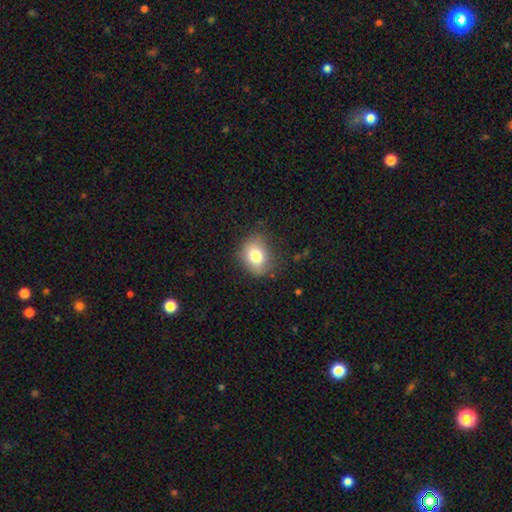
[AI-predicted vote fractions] Smooth or featured: smooth — 78% (featured or disk — 12%)
How rounded: round — 51% (in between — 48%)
Merging: none — 75% (minor disturbance — 18%)